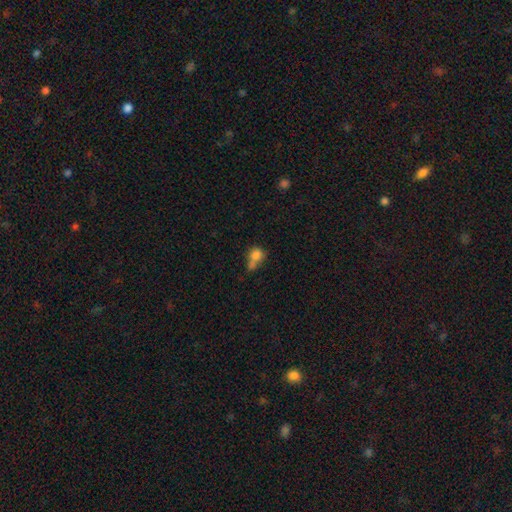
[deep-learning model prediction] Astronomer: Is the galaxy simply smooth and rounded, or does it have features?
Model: smooth — 76%.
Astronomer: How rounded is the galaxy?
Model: round — 59% (runner-up: in between, 39%).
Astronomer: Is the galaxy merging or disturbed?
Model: merger — 40% (runner-up: none, 30%).